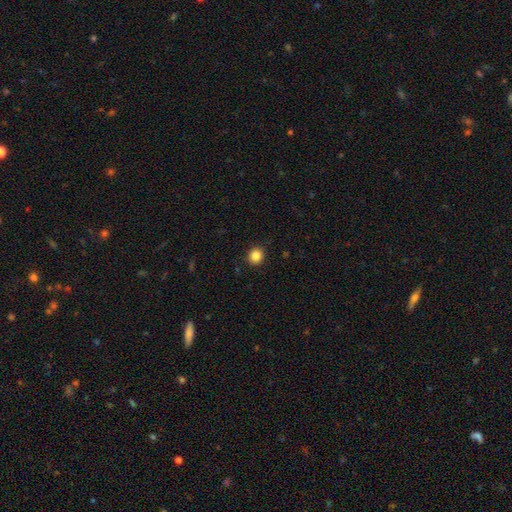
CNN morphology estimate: smooth_or_featured: smooth (p=0.86) [alt: star or artifact p=0.10]
how_rounded: round (p=0.87) [alt: in between p=0.12]
merging: none (p=0.91) [alt: minor disturbance p=0.06]